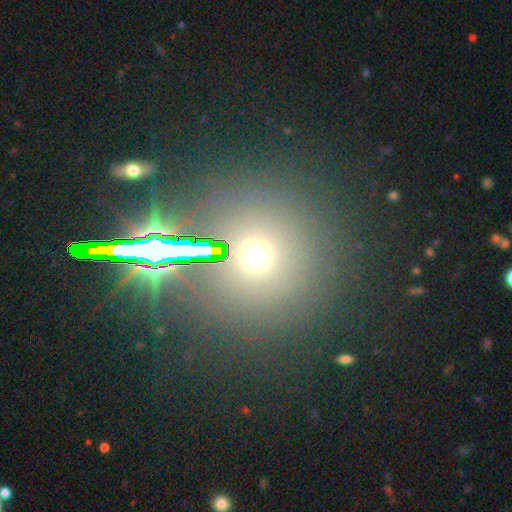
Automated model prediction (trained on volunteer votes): Smooth or featured? Predicted: smooth (p=0.59). How rounded? Predicted: round (p=0.89). Merging? Predicted: none (p=0.80).